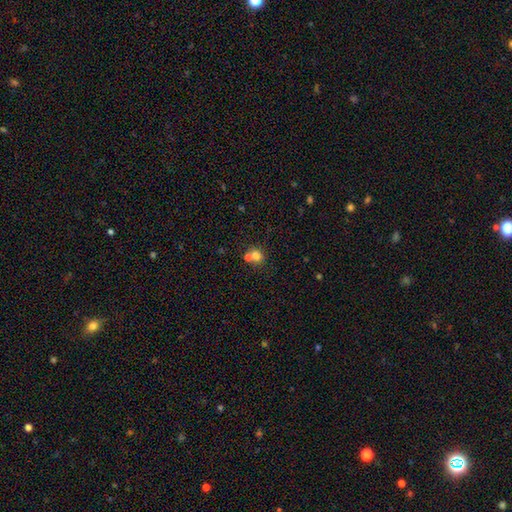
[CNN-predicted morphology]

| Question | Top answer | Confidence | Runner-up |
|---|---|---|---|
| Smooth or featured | smooth | 74% | star or artifact (15%) |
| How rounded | round | 74% | in between (25%) |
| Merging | none | 49% | merger (40%) |